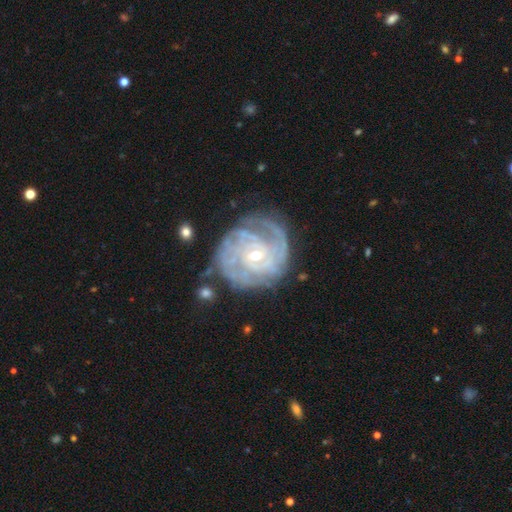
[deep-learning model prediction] This is clearly a featured or disk galaxy (86%). It is clearly not viewed edge-on (97%). Bar: likely no (69%). Spiral arm pattern: clearly yes (92%). Spiral arm count: marginally can't tell (40%). Spiral winding: likely tight (71%). Central bulge: likely small (62%). Merging: likely none (67%).